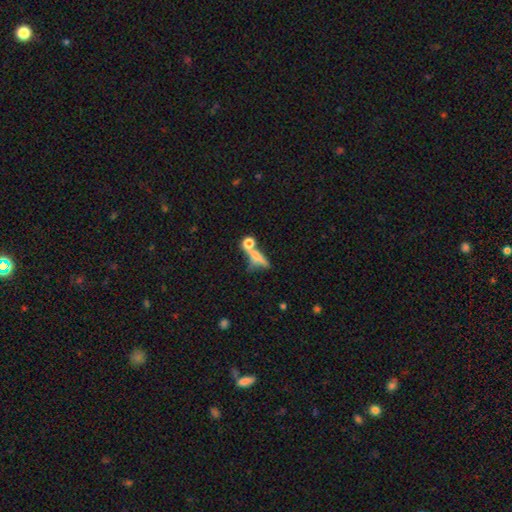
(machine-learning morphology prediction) This appears to be a smooth galaxy with no disk features (59%) that is cigar-shaped (48%). Merging: merger (42%).